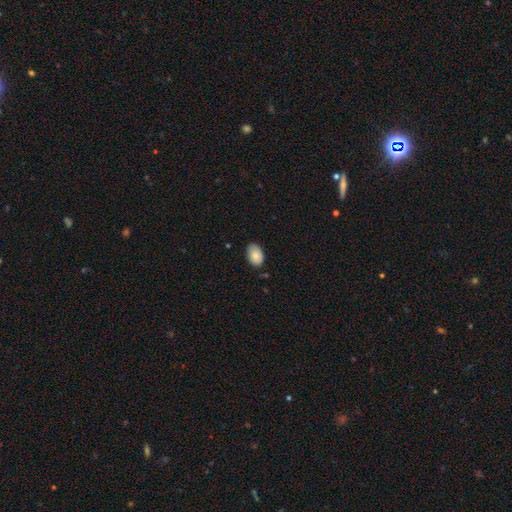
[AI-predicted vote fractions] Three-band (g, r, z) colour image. It shows a smooth galaxy with no disk features (83%) that is in between round and cigar-shaped (89%). Merging: none (77%).